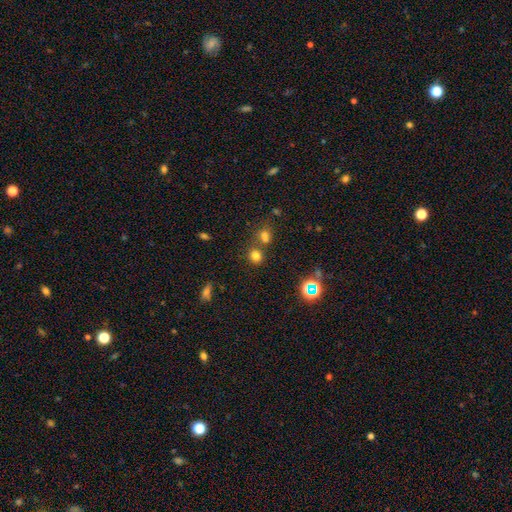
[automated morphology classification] smooth-or-featured: smooth: 72% | star or artifact: 21% | featured or disk: 7%
  how-rounded: round: 79% | in between: 20% | cigar-shaped: 1%
  merging: none: 66% | merger: 22% | minor disturbance: 9% | major disturbance: 4%